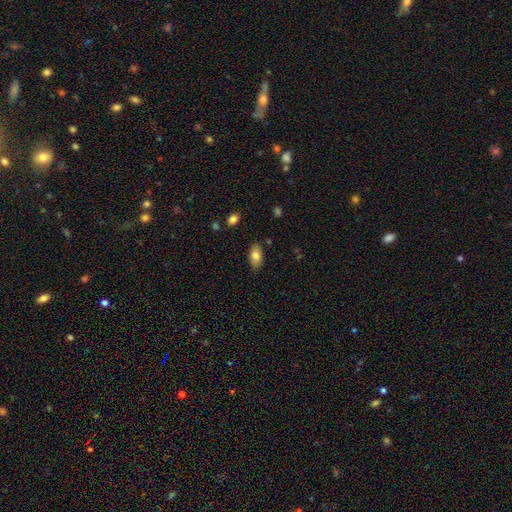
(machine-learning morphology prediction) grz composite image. It shows a smooth galaxy with no disk features (79%) that is in between round and cigar-shaped (91%). Merging: none (84%).